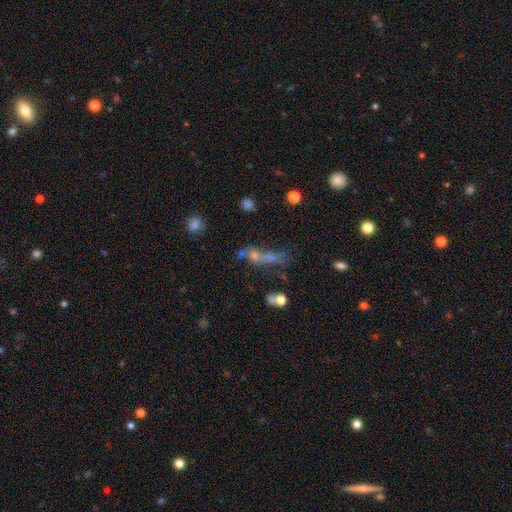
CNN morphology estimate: This is possibly a smooth galaxy (48%). Merging: marginally merger (43%).